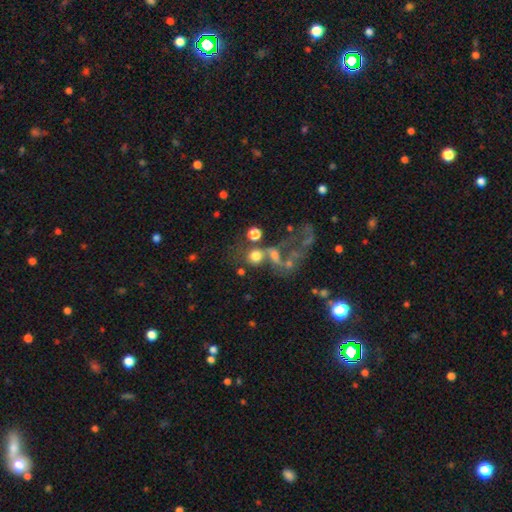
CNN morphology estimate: type=smooth (62%); roundness=round (77%); merging=merger (38%).